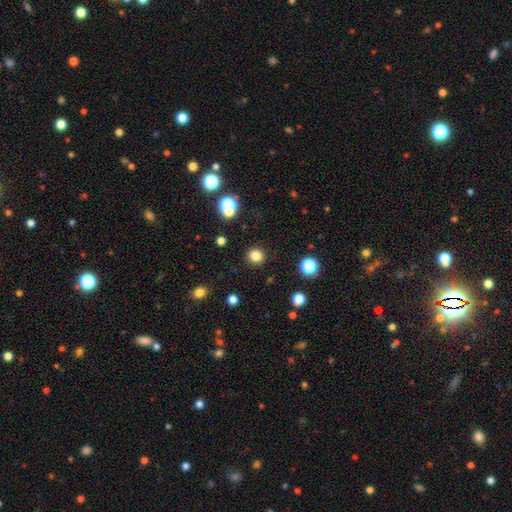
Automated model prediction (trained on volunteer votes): Smooth or featured? smooth (81%)
How rounded? round (91%)
Merging? none (91%)